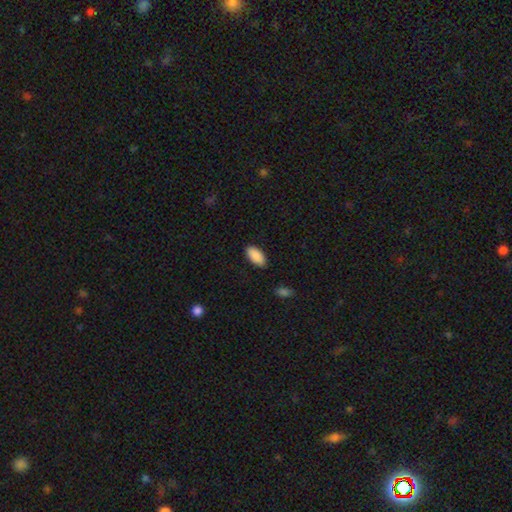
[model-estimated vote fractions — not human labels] Q: Smooth or featured?
A: smooth (90%); runner-up: star or artifact (6%)
Q: How rounded?
A: in between (93%); runner-up: cigar-shaped (5%)
Q: Merging?
A: none (86%); runner-up: minor disturbance (10%)